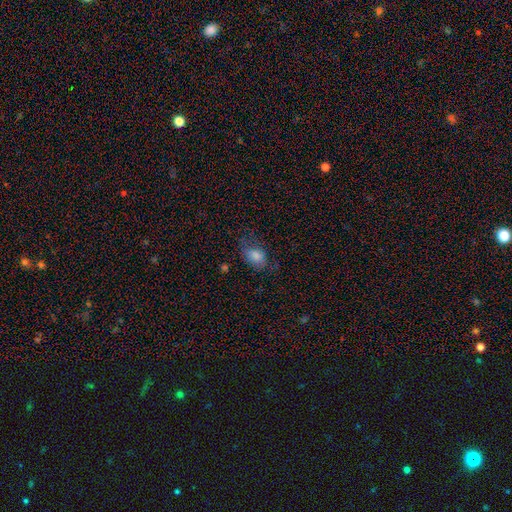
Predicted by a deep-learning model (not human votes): Q: Smooth or featured?
A: smooth (80%); runner-up: featured or disk (10%)
Q: How rounded?
A: in between (83%); runner-up: round (16%)
Q: Merging?
A: none (53%); runner-up: minor disturbance (28%)